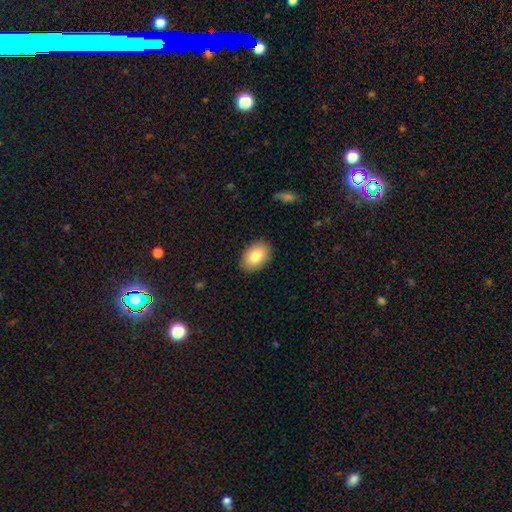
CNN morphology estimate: smooth 82%, featured or disk 10%, star or artifact 7%. Down the decision tree: how rounded — in between (87%); merging — none (89%).